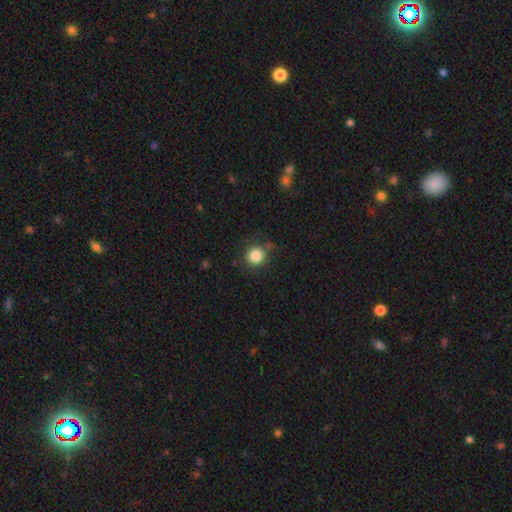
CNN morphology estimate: A smooth galaxy with no disk features (84%) that is round (91%). Merging: none (80%).